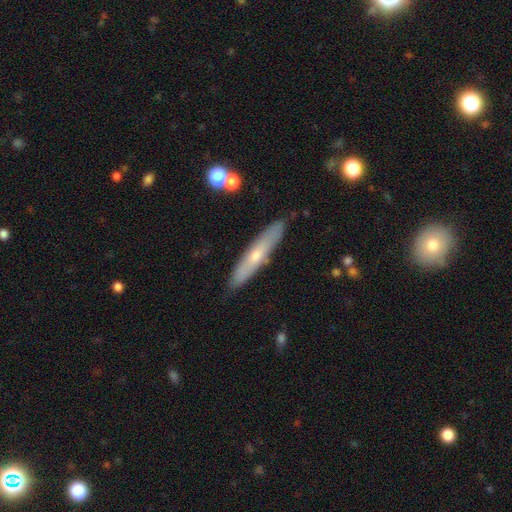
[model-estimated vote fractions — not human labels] Morphology: type=smooth (48%); merging=none (86%).